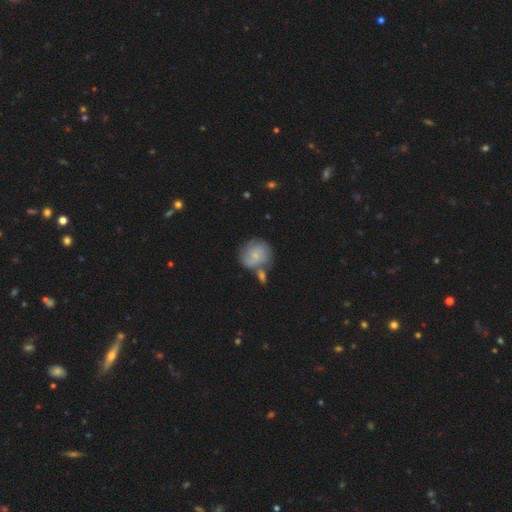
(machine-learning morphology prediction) Smooth or featured: smooth — 48% (featured or disk — 45%)
Merging: none — 50% (merger — 26%)